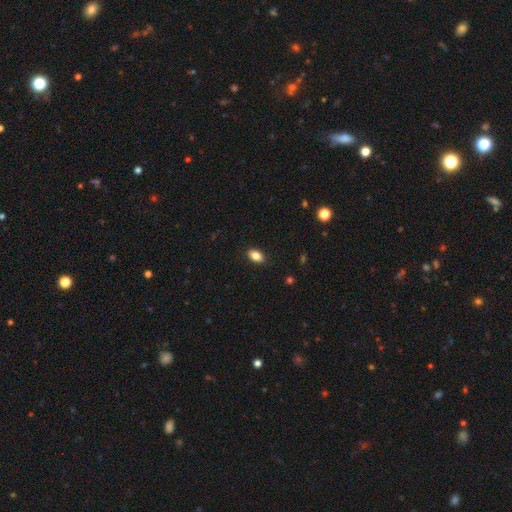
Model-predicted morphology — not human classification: smooth-or-featured: smooth: 85% | star or artifact: 9% | featured or disk: 6%
  how-rounded: in between: 89% | round: 9% | cigar-shaped: 2%
  merging: none: 89% | minor disturbance: 8% | major disturbance: 2% | merger: 1%